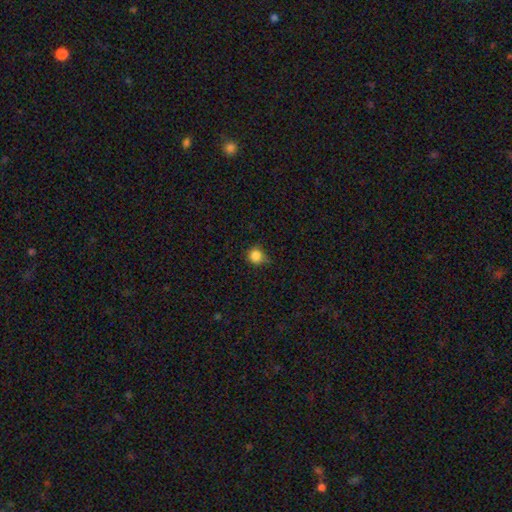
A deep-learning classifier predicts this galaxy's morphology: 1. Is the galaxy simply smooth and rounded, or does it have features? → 85% smooth, 11% star or artifact, 4% featured or disk.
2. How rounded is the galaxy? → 90% round, 10% in between, 1% cigar-shaped.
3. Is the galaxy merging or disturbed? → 66% none, 27% minor disturbance, 5% major disturbance, 2% merger.